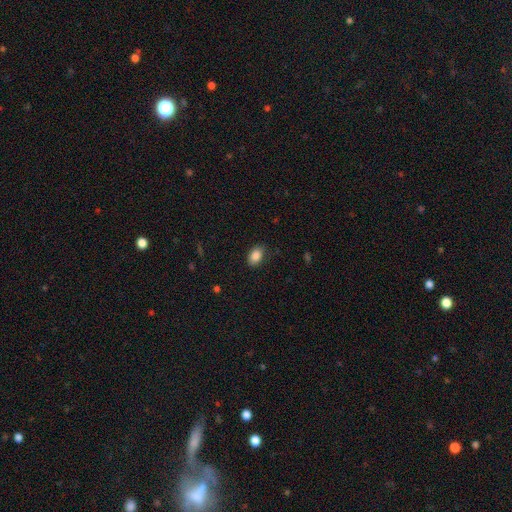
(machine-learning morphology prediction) type=smooth (87%); roundness=in between (87%); merging=none (82%).